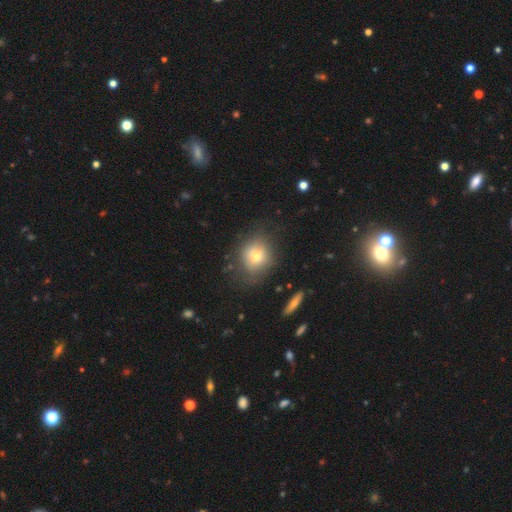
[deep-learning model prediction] Smooth or featured: smooth — 69% (featured or disk — 19%)
How rounded: round — 76% (in between — 22%)
Merging: none — 73% (minor disturbance — 18%)